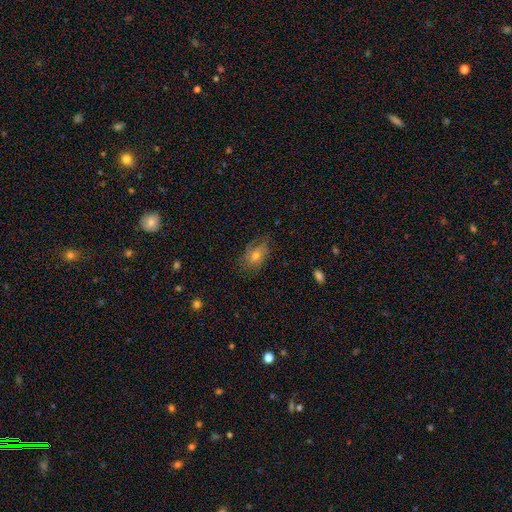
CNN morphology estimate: smooth-or-featured: smooth: 47% | featured or disk: 39% | star or artifact: 14%
  merging: none: 66% | minor disturbance: 23% | major disturbance: 9% | merger: 1%